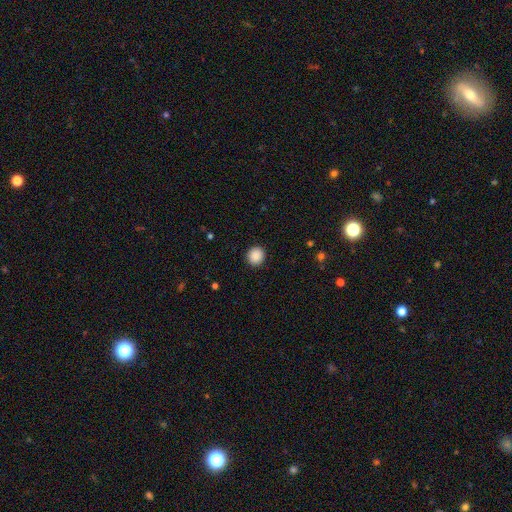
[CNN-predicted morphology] smooth-or-featured: smooth: 89% | star or artifact: 9% | featured or disk: 3%
  how-rounded: round: 88% | in between: 11% | cigar-shaped: 1%
  merging: none: 92% | minor disturbance: 5% | major disturbance: 2% | merger: 1%